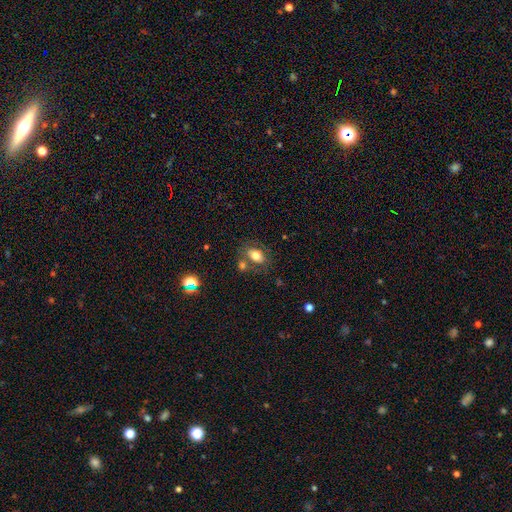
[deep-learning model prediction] Overall: smooth (73%). How rounded: in between (81%). Merging: none (59%; merger 22%).